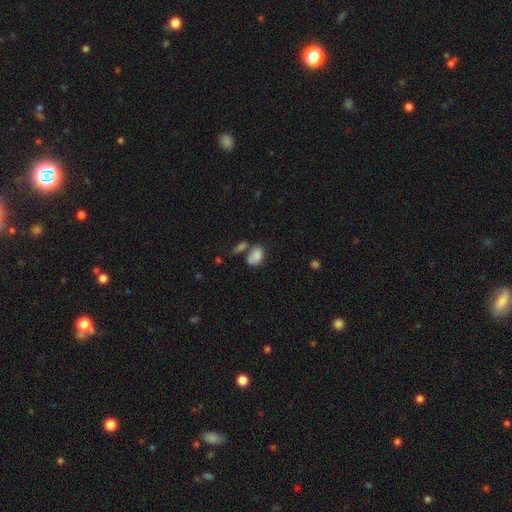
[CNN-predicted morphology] This is clearly a smooth galaxy (81%). How rounded: clearly in between (85%). Merging: marginally merger (39%).